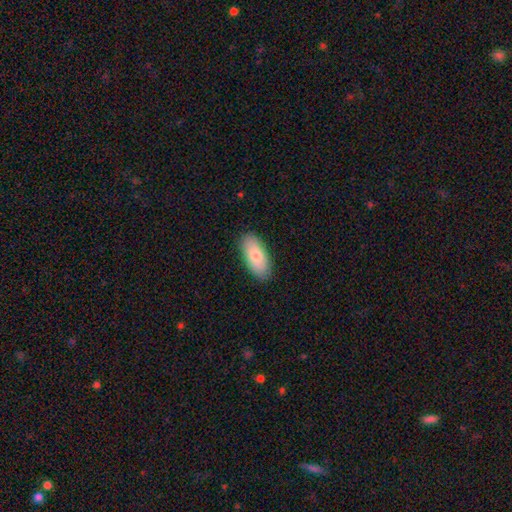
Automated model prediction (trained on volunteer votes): A smooth galaxy with no disk features (79%) that is in between round and cigar-shaped (88%).

Vote fractions:
- Smooth or featured? smooth: 79% / featured or disk: 15% / star or artifact: 6%
- How rounded? in between: 88% / cigar-shaped: 10% / round: 2%
- Merging? none: 87% / minor disturbance: 9% / major disturbance: 2% / merger: 1%